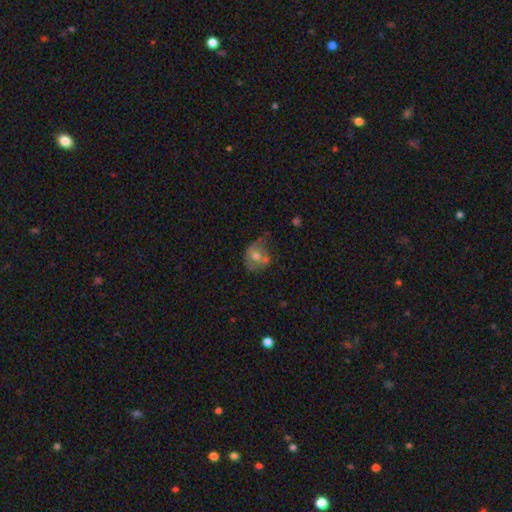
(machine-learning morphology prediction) The model was most divided on "merging": none: 39%, minor disturbance: 30%, major disturbance: 17%, merger: 14%. More confident: how rounded — round (60%); smooth or featured — smooth (53%).